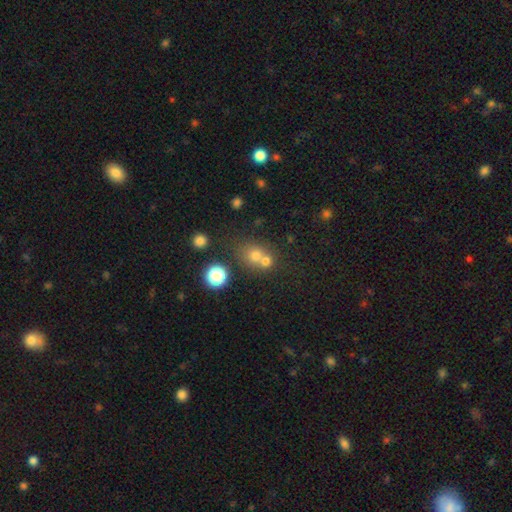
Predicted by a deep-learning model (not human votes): Smooth or featured?
  - smooth: 69% *
  - star or artifact: 19%
  - featured or disk: 12%
How rounded?
  - round: 77% *
  - in between: 22%
  - cigar-shaped: 1%
Merging?
  - merger: 46% *
  - none: 43%
  - minor disturbance: 7%
  - major disturbance: 3%